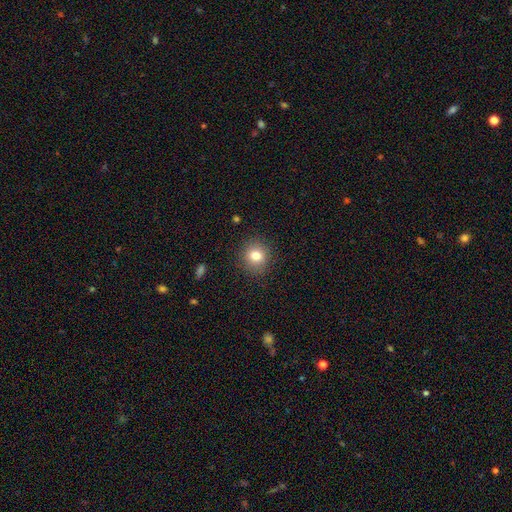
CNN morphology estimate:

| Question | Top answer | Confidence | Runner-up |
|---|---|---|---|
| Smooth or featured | smooth | 80% | star or artifact (11%) |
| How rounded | round | 86% | in between (13%) |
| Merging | none | 89% | minor disturbance (7%) |